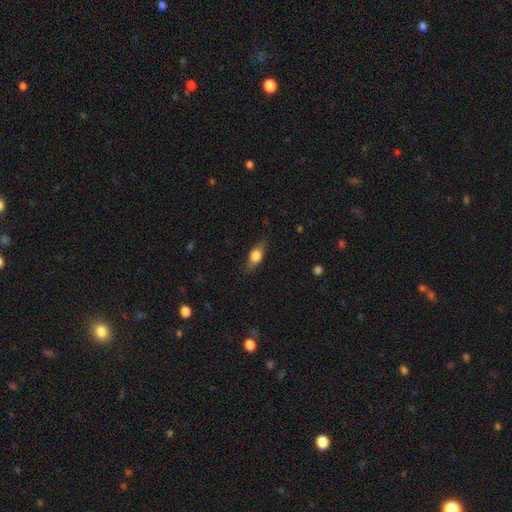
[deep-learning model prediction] smooth 64%, featured or disk 29%, star or artifact 7%. Down the decision tree: how rounded — in between (73%); merging — none (80%).